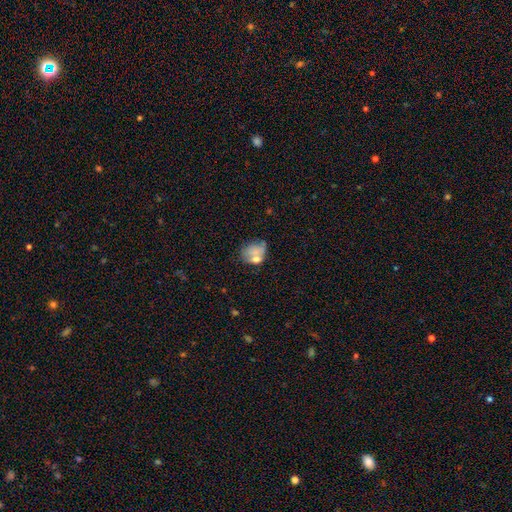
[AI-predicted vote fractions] Smooth or featured?
  - smooth: 63% *
  - featured or disk: 26%
  - star or artifact: 11%
How rounded?
  - in between: 61% *
  - round: 38%
  - cigar-shaped: 1%
Merging?
  - none: 33% *
  - minor disturbance: 25%
  - merger: 24%
  - major disturbance: 19%